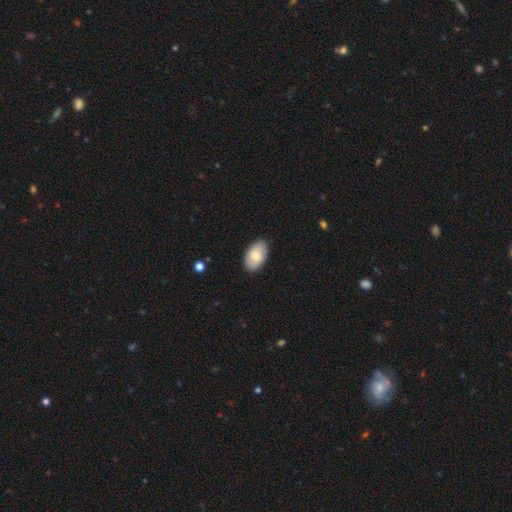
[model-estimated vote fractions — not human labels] Smooth or featured? smooth (77%)
How rounded? in between (94%)
Merging? none (87%)